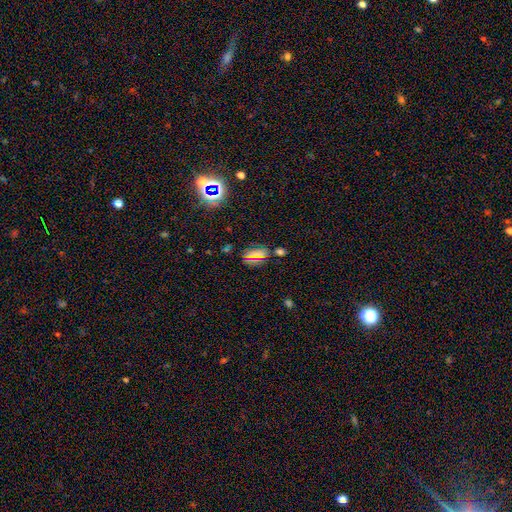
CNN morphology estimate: Smooth or featured? smooth (52%)
How rounded? in between (67%)
Merging? none (70%)